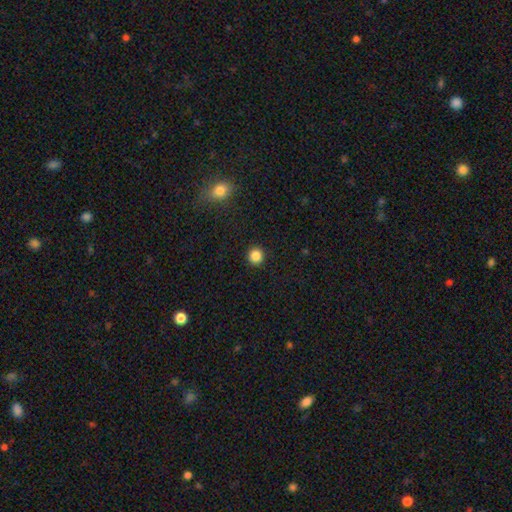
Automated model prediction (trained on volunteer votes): A smooth galaxy with no disk features (86%) that is round (93%).

Vote fractions:
- Smooth or featured? smooth: 86% / star or artifact: 11% / featured or disk: 3%
- How rounded? round: 93% / in between: 6% / cigar-shaped: 1%
- Merging? none: 93% / minor disturbance: 4% / major disturbance: 2% / merger: 1%